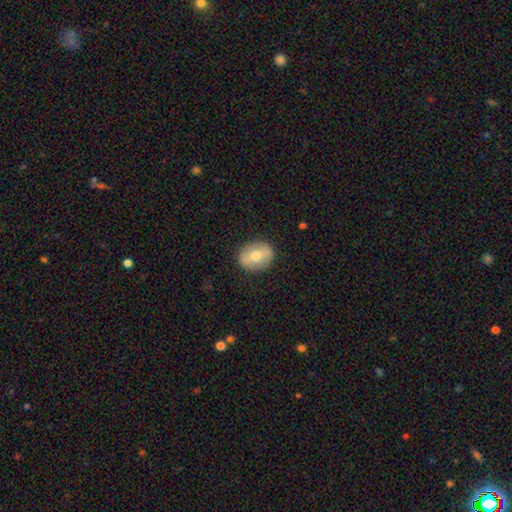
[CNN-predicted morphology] Overall: smooth (64%; featured or disk 29%). How rounded: in between (51%; round 48%). Merging: none (86%).